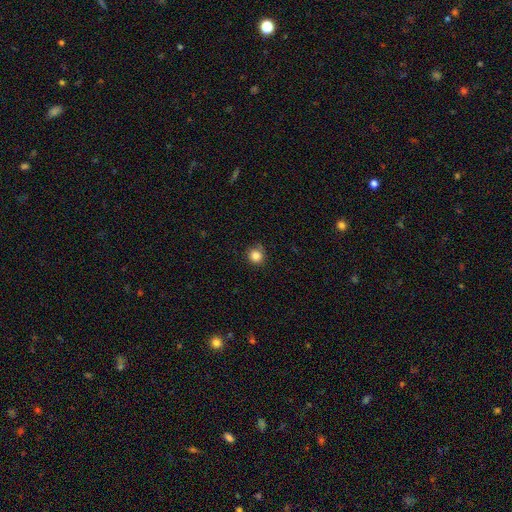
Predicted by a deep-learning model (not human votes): This is clearly a smooth galaxy (85%). How rounded: clearly round (93%). Merging: clearly none (81%).